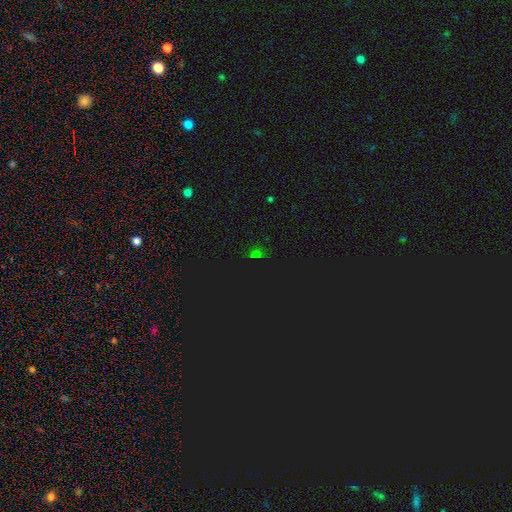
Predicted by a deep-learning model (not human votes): smooth_or_featured: star or artifact (p=0.63) [alt: smooth p=0.30]